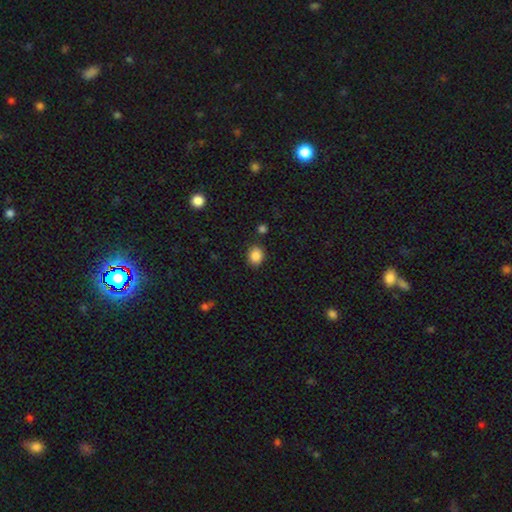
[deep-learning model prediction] This appears to be a smooth galaxy with no disk features (87%) that is round (53%). Merging: none (85%).